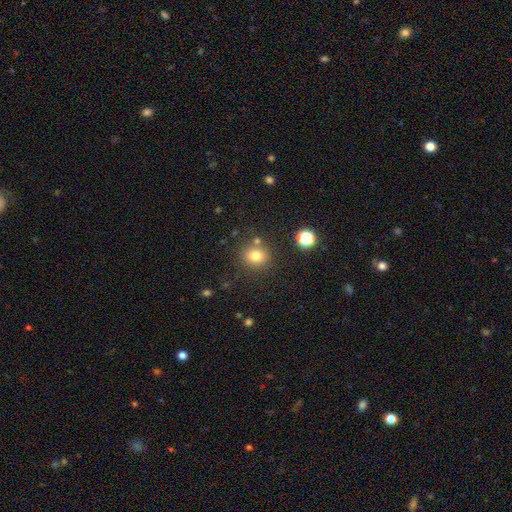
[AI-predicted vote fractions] This is likely a smooth galaxy (77%). How rounded: clearly round (83%). Merging: likely none (79%).